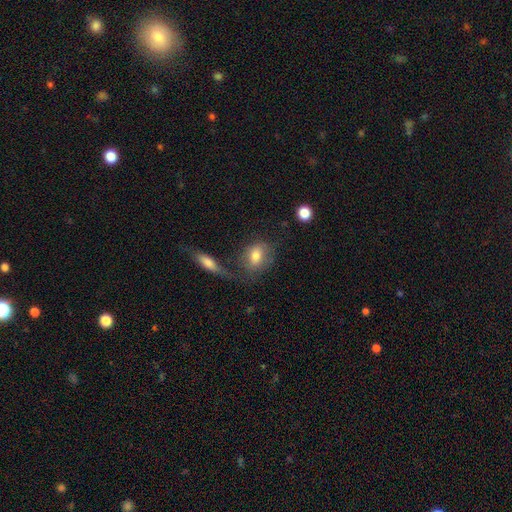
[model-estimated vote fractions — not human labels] smooth-or-featured: smooth: 75% | featured or disk: 16% | star or artifact: 9%
  how-rounded: in between: 60% | round: 37% | cigar-shaped: 3%
  merging: none: 49% | merger: 21% | minor disturbance: 18% | major disturbance: 12%